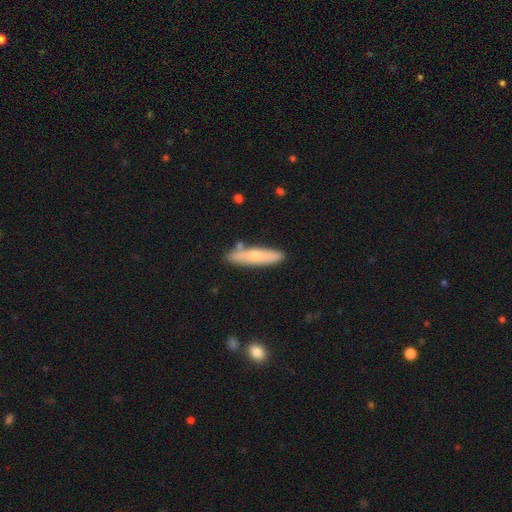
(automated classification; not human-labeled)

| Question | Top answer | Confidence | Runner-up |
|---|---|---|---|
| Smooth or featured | smooth | 60% | featured or disk (34%) |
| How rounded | cigar-shaped | 82% | in between (16%) |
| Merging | none | 78% | minor disturbance (13%) |